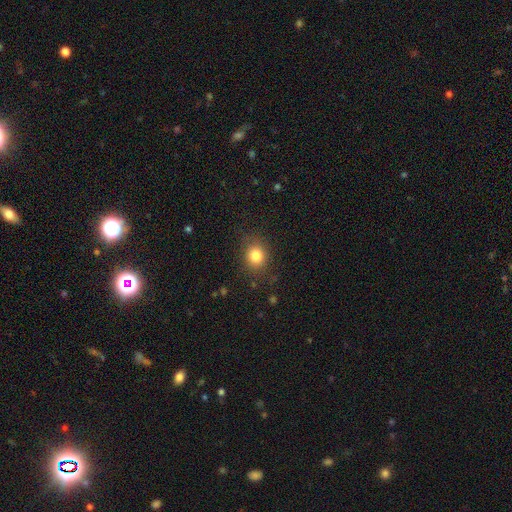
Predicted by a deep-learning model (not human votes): smooth-or-featured: smooth: 81% | star or artifact: 12% | featured or disk: 7%
  how-rounded: round: 72% | in between: 27% | cigar-shaped: 1%
  merging: none: 83% | minor disturbance: 12% | major disturbance: 4% | merger: 1%